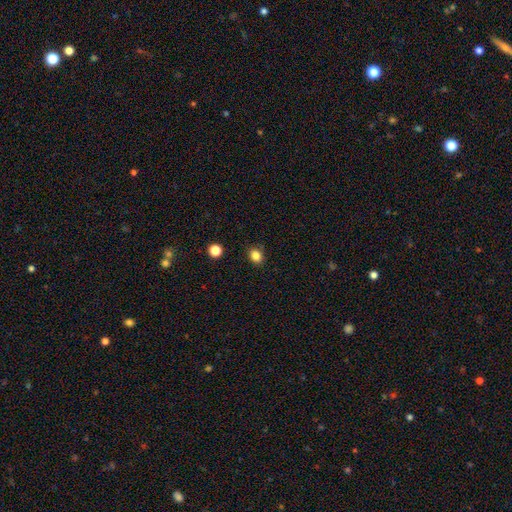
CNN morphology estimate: type=smooth (83%); roundness=round (60%); merging=none (87%).